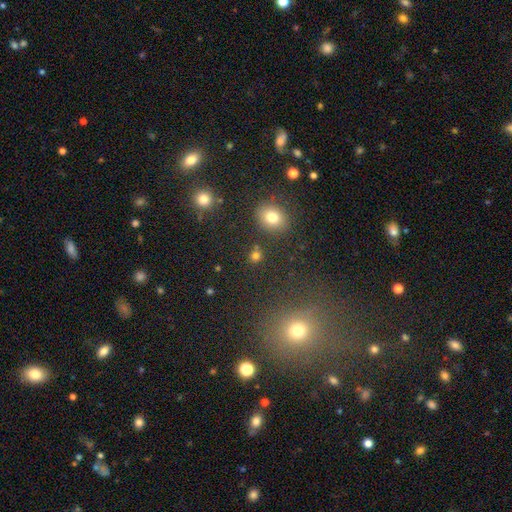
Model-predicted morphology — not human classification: The model was most divided on "smooth or featured": smooth: 74%, star or artifact: 20%, featured or disk: 6%. More confident: how rounded — round (83%); merging — none (80%).